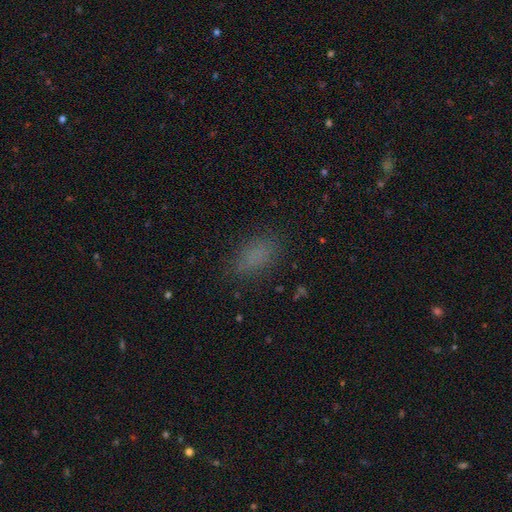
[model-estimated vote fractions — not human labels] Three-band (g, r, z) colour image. It shows a smooth galaxy with no disk features (79%) that is in between round and cigar-shaped (86%). Merging: none (79%).